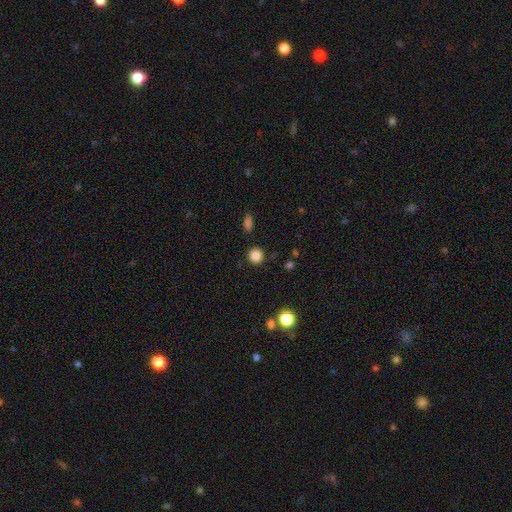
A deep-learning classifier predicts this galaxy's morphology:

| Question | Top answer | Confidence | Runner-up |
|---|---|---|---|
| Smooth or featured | smooth | 85% | star or artifact (11%) |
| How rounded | round | 91% | in between (8%) |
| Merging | none | 89% | minor disturbance (7%) |